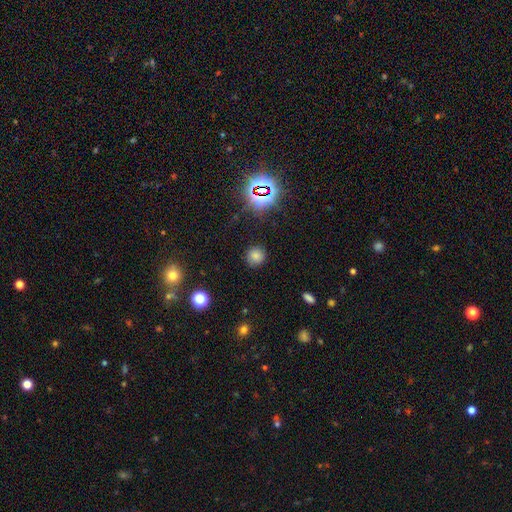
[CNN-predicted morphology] A smooth galaxy with no disk features (72%) that is round (90%). Merging: none (86%).